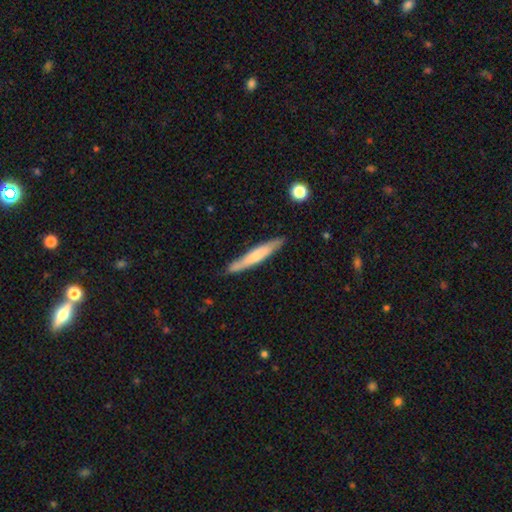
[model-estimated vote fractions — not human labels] Overall: smooth (54%; featured or disk 41%). How rounded: cigar-shaped (92%). Merging: none (85%).